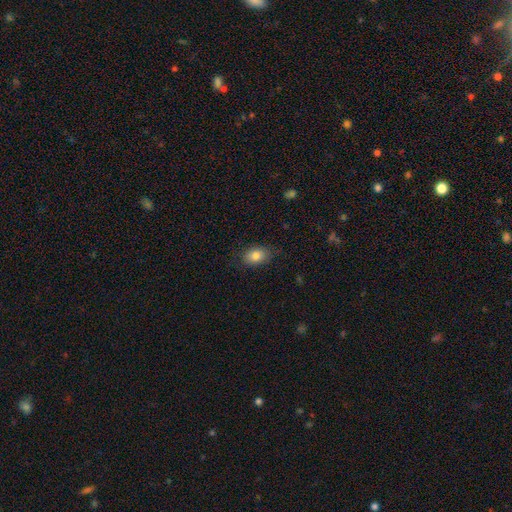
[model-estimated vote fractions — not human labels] smooth_or_featured: smooth (p=0.84) [alt: star or artifact p=0.08]
how_rounded: in between (p=0.83) [alt: round p=0.16]
merging: none (p=0.81) [alt: minor disturbance p=0.14]